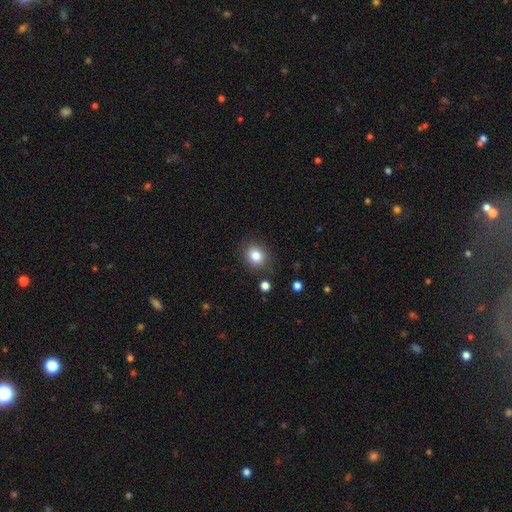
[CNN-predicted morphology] smooth-or-featured: smooth: 83% | star or artifact: 11% | featured or disk: 6%
  how-rounded: round: 64% | in between: 35% | cigar-shaped: 1%
  merging: none: 84% | minor disturbance: 10% | major disturbance: 3% | merger: 2%